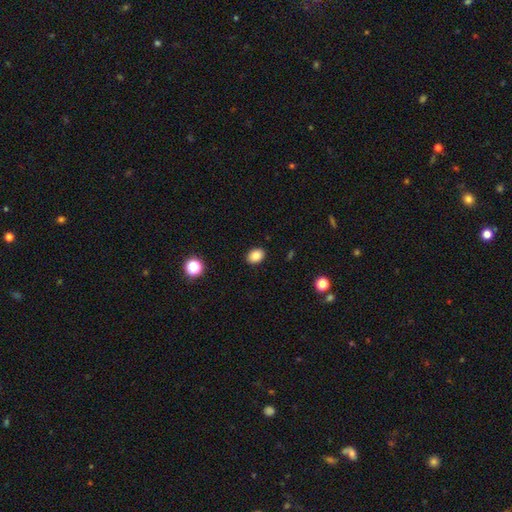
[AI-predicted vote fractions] Smooth or featured? smooth (85%)
How rounded? in between (68%)
Merging? none (90%)